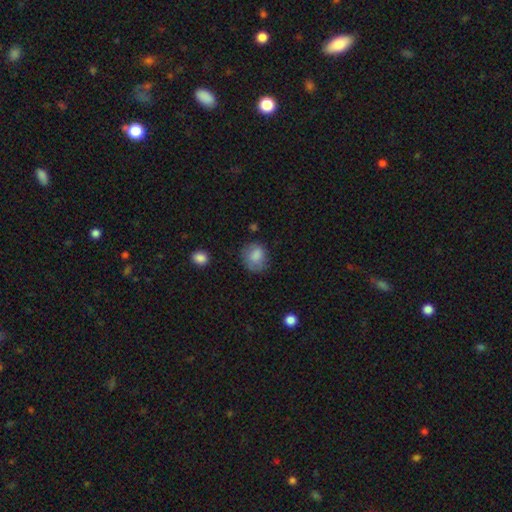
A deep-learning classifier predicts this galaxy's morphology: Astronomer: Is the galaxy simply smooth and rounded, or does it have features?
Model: smooth — 82%.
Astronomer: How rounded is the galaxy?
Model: round — 65%.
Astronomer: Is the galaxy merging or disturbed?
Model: none — 65%.